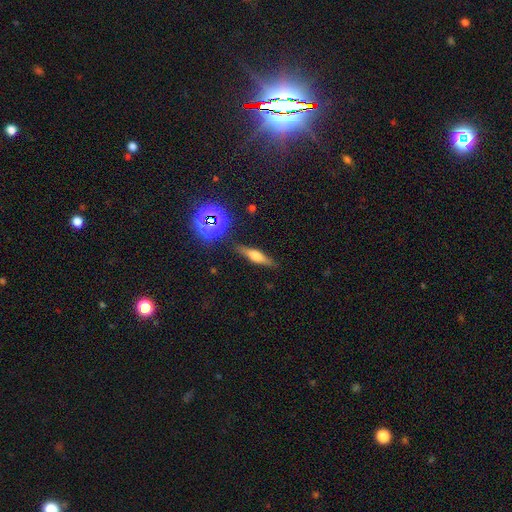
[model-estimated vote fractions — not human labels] Smooth or featured: featured or disk — 49% (smooth — 37%)
Merging: none — 86% (minor disturbance — 9%)